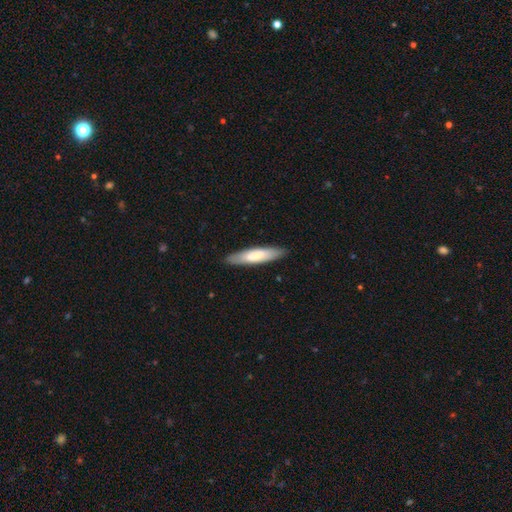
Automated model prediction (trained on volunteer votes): smooth 70%, featured or disk 25%, star or artifact 5%. Down the decision tree: how rounded — cigar-shaped (75%); merging — none (88%).